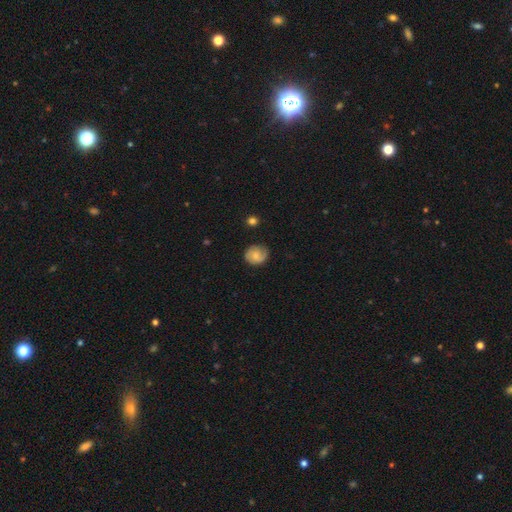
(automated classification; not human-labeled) Q: Smooth or featured?
A: smooth (54%); runner-up: featured or disk (37%)
Q: How rounded?
A: round (70%); runner-up: in between (29%)
Q: Merging?
A: none (72%); runner-up: minor disturbance (22%)